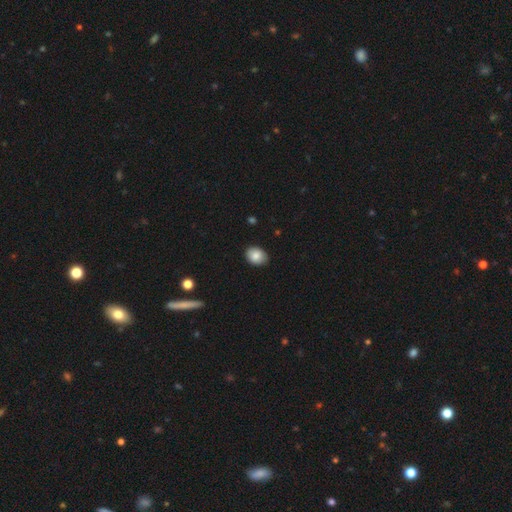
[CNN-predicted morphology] Smooth or featured: smooth — 85% (star or artifact — 8%)
How rounded: in between — 61% (round — 38%)
Merging: none — 86% (minor disturbance — 11%)